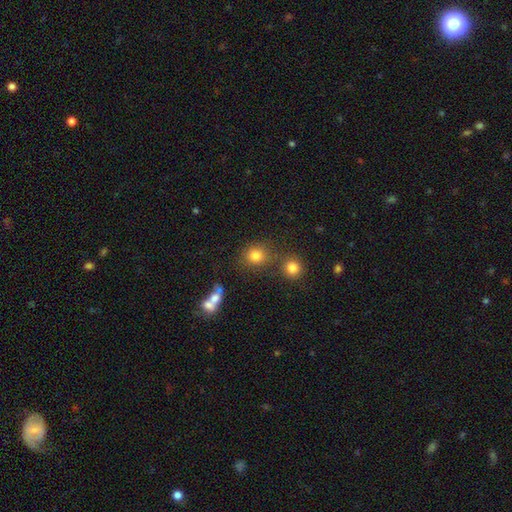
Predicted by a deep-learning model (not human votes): smooth-or-featured: smooth: 79% | star or artifact: 14% | featured or disk: 7%
  how-rounded: round: 85% | in between: 14% | cigar-shaped: 1%
  merging: none: 72% | merger: 14% | minor disturbance: 9% | major disturbance: 4%